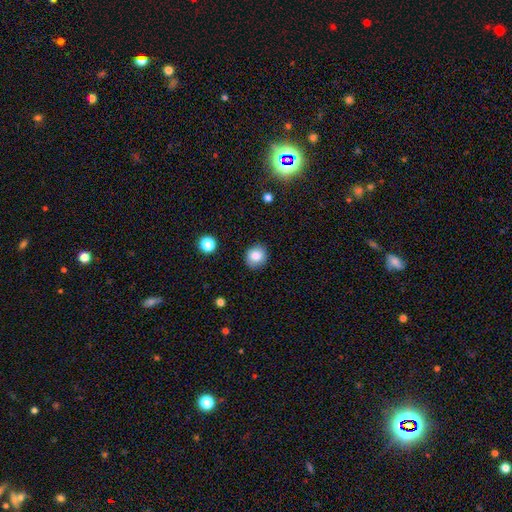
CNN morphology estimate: The model was most divided on "how rounded": round: 84%, in between: 15%, cigar-shaped: 1%. More confident: merging — none (86%); smooth or featured — smooth (84%).